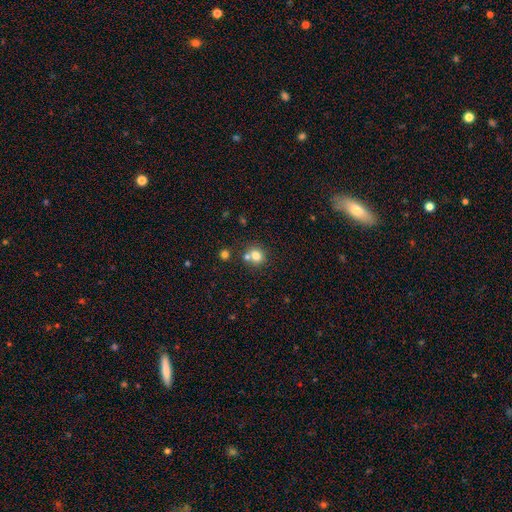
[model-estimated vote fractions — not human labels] Q: Smooth or featured?
A: smooth (76%); runner-up: star or artifact (13%)
Q: How rounded?
A: round (82%); runner-up: in between (17%)
Q: Merging?
A: none (57%); runner-up: merger (31%)